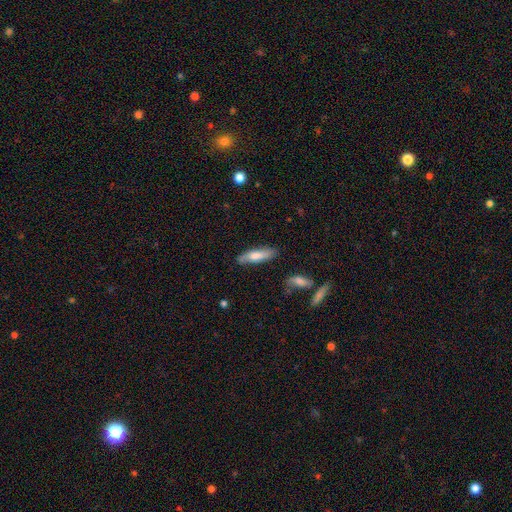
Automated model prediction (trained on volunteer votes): Smooth or featured? Predicted: smooth (p=0.67). How rounded? Predicted: cigar-shaped (p=0.62). Merging? Predicted: none (p=0.76).